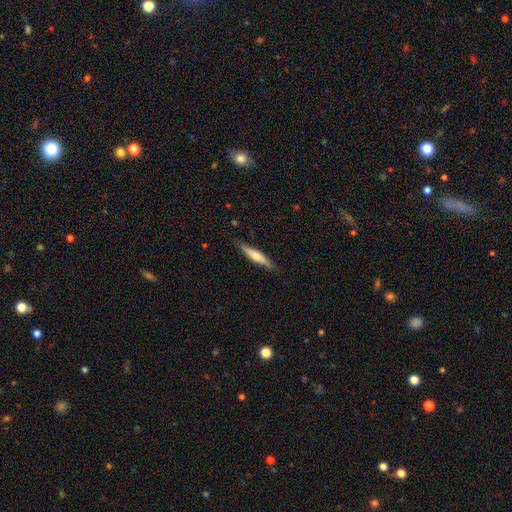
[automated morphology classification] Smooth or featured: featured or disk — 51% (smooth — 44%)
Edge-on disk: yes — 94% (no — 6%)
Merging: none — 87% (minor disturbance — 10%)